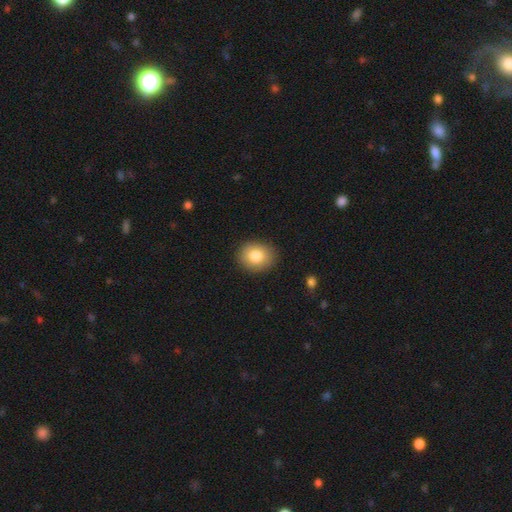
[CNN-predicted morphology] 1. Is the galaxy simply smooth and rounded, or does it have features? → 83% smooth, 9% featured or disk, 9% star or artifact.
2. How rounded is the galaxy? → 56% round, 43% in between, 1% cigar-shaped.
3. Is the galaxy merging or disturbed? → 89% none, 8% minor disturbance, 2% major disturbance, 1% merger.